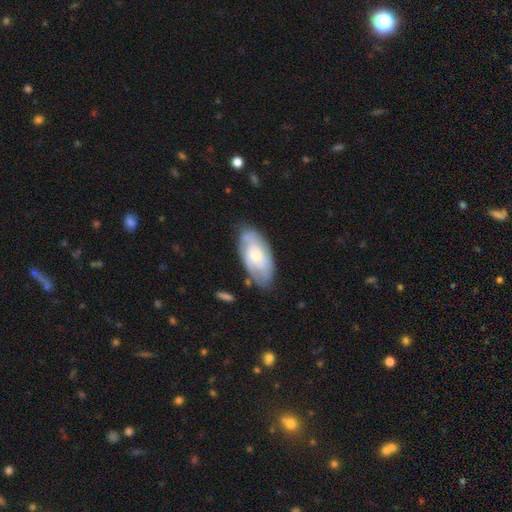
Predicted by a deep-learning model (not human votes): Smooth or featured: featured or disk — 63% (smooth — 32%)
Edge-on disk: no — 92% (yes — 8%)
Bar: no — 73% (weak — 23%)
Spiral arms: yes — 81% (no — 19%)
Bulge size: small — 51% (moderate — 41%)
Merging: none — 70% (minor disturbance — 22%)